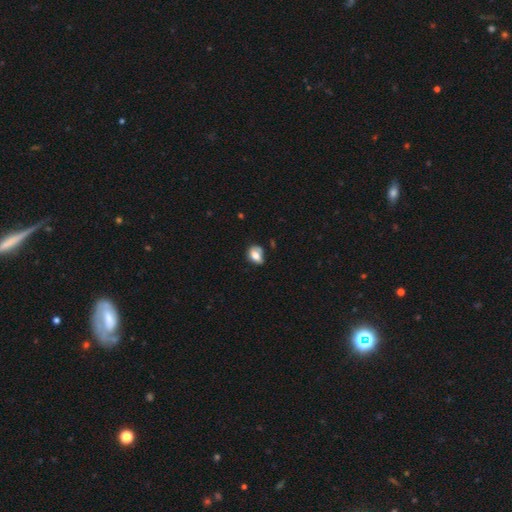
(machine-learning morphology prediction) smooth-or-featured: smooth: 72% | featured or disk: 19% | star or artifact: 9%
  how-rounded: in between: 66% | round: 32% | cigar-shaped: 2%
  merging: none: 46% | minor disturbance: 32% | major disturbance: 12% | merger: 10%